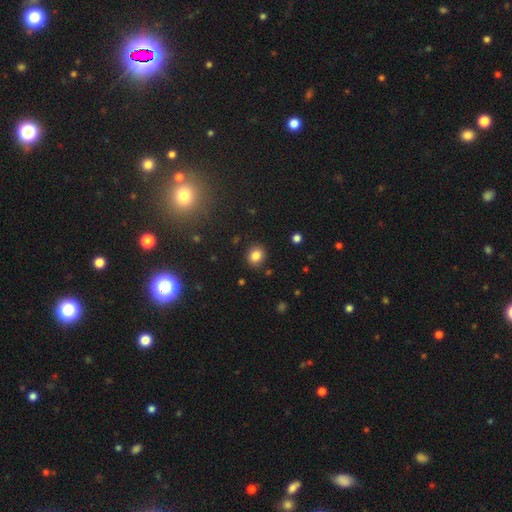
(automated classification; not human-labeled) This appears to be a smooth galaxy with no disk features (83%) that is round (68%). Merging: none (89%).